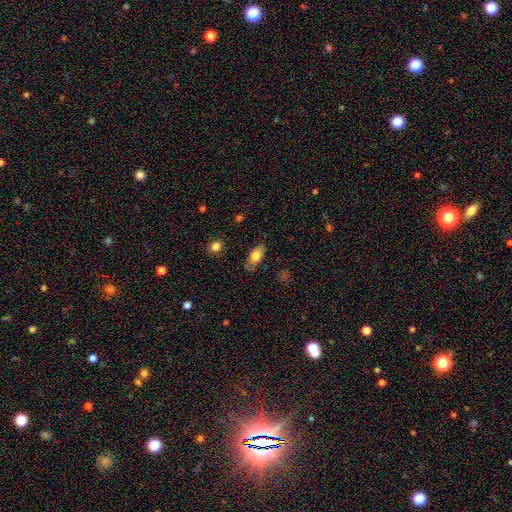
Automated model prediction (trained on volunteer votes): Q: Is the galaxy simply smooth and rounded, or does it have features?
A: smooth — 75%.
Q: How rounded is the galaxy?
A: in between — 86%.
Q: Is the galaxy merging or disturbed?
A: none — 79%.